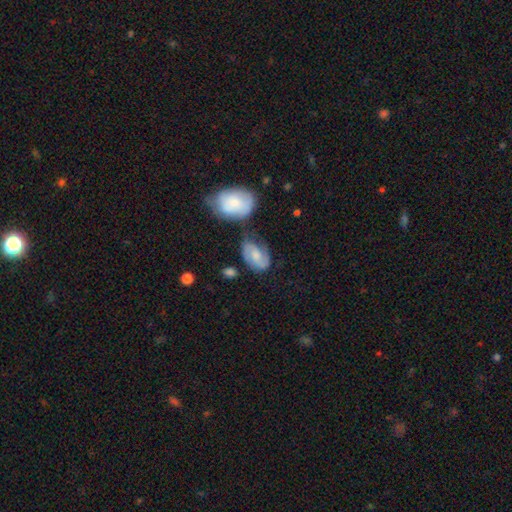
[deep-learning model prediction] smooth_or_featured: featured or disk (p=0.62) [alt: smooth p=0.31]
disk_edge_on: no (p=0.96) [alt: yes p=0.04]
bar: no (p=0.58) [alt: weak p=0.35]
has_spiral_arms: yes (p=0.88) [alt: no p=0.12]
spiral_winding: medium (p=0.46) [alt: tight p=0.33]
spiral_arm_count: 2 (p=0.78) [alt: can't tell p=0.12]
bulge_size: moderate (p=0.46) [alt: small p=0.36]
merging: none (p=0.54) [alt: minor disturbance p=0.22]